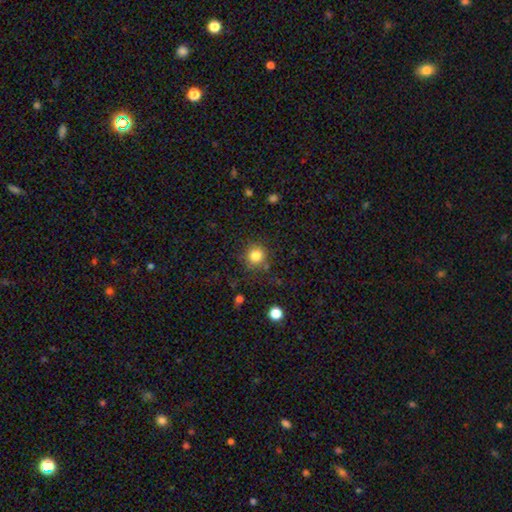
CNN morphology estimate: This is clearly a smooth galaxy (82%). How rounded: clearly round (93%). Merging: clearly none (84%).